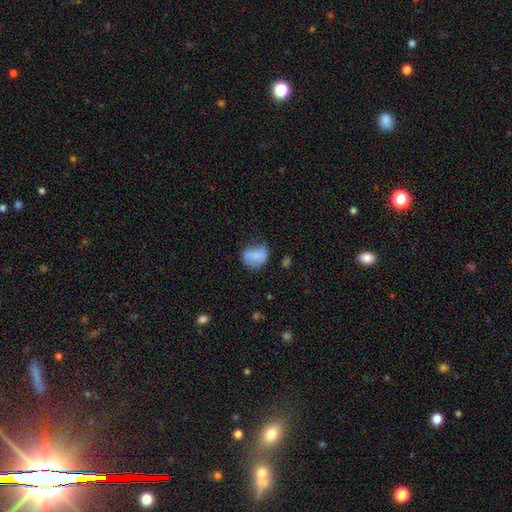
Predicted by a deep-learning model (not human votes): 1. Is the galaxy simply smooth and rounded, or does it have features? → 72% smooth, 19% featured or disk, 9% star or artifact.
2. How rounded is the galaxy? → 55% in between, 43% round, 2% cigar-shaped.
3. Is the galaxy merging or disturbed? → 45% none, 36% minor disturbance, 17% major disturbance, 3% merger.